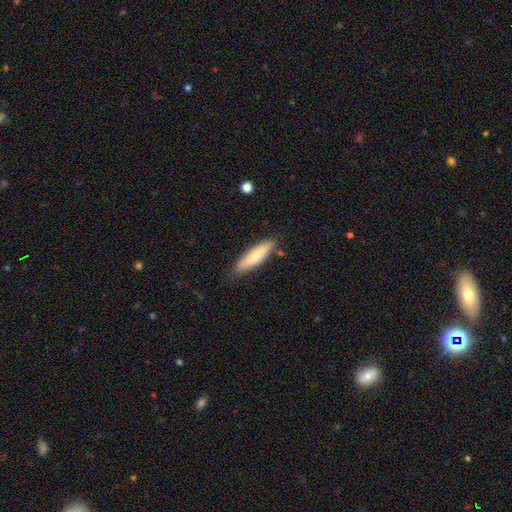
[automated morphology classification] A smooth galaxy with no disk features (69%) that is cigar-shaped (65%).

Vote fractions:
- Smooth or featured? smooth: 69% / featured or disk: 25% / star or artifact: 6%
- How rounded? cigar-shaped: 65% / in between: 33% / round: 2%
- Merging? none: 82% / minor disturbance: 14% / major disturbance: 3% / merger: 2%